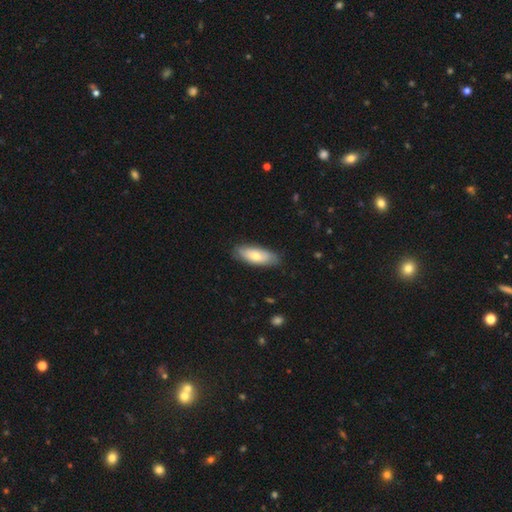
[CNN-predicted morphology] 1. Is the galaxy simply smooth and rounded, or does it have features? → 71% smooth, 23% featured or disk, 5% star or artifact.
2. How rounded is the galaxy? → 74% in between, 24% cigar-shaped, 2% round.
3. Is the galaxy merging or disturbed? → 84% none, 13% minor disturbance, 2% major disturbance, 1% merger.